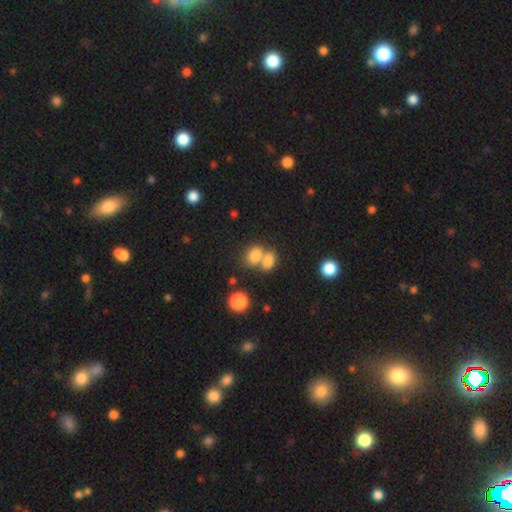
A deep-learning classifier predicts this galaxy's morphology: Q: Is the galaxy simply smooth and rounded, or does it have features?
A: smooth — 79%.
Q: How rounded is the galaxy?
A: in between — 69%.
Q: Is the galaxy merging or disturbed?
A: merger — 55%.